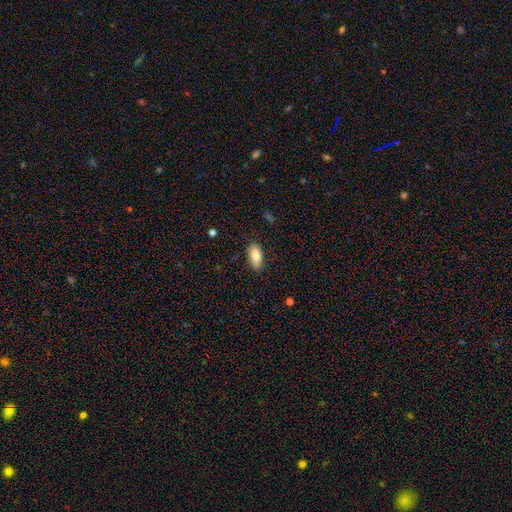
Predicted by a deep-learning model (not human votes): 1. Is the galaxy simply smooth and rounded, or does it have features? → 83% smooth, 10% featured or disk, 7% star or artifact.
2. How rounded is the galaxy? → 89% in between, 8% cigar-shaped, 3% round.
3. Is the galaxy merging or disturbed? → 84% none, 13% minor disturbance, 2% major disturbance, 1% merger.